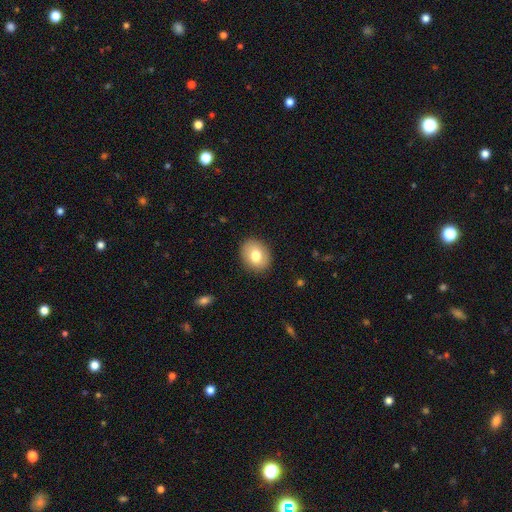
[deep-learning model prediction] Smooth or featured: smooth — 77% (featured or disk — 15%)
How rounded: round — 51% (in between — 49%)
Merging: none — 89% (minor disturbance — 8%)